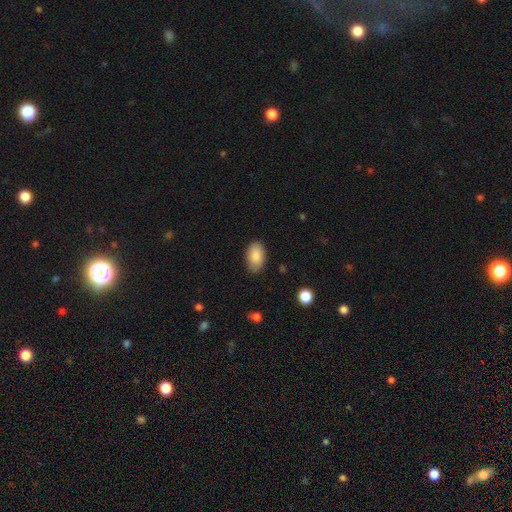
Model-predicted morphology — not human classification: A smooth galaxy with no disk features (87%) that is in between round and cigar-shaped (93%). Merging: none (81%).